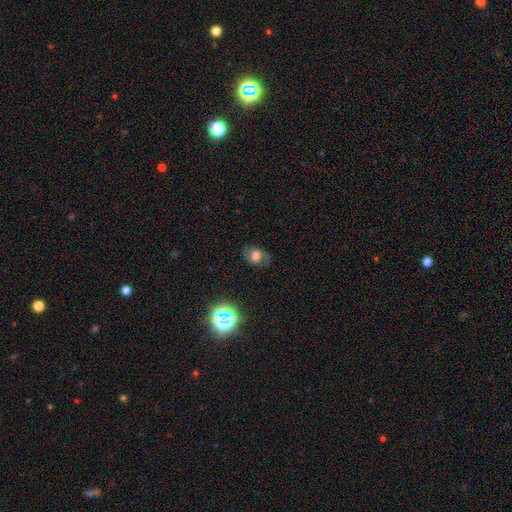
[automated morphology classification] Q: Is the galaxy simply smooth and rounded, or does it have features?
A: smooth — 49%.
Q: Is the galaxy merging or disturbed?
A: none — 68%.